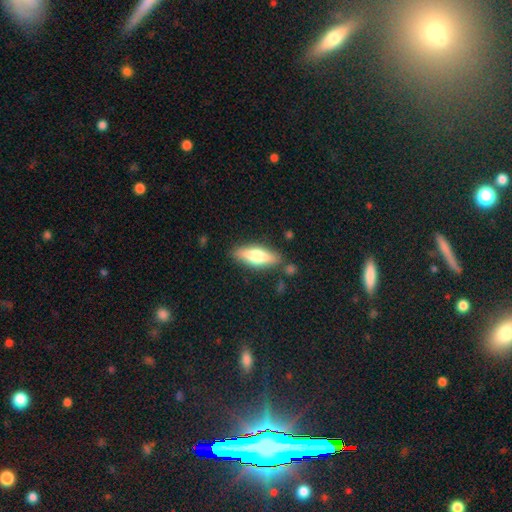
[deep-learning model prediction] Smooth or featured? Predicted: smooth (p=0.59). How rounded? Predicted: in between (p=0.57). Merging? Predicted: none (p=0.83).